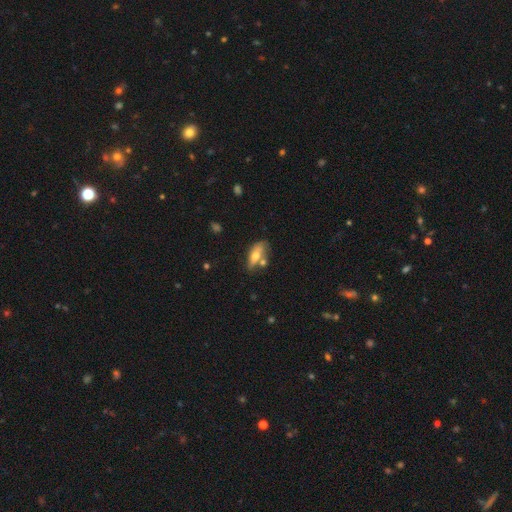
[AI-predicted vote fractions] smooth 62%, featured or disk 31%, star or artifact 7%. Down the decision tree: how rounded — in between (70%); merging — none (54%).